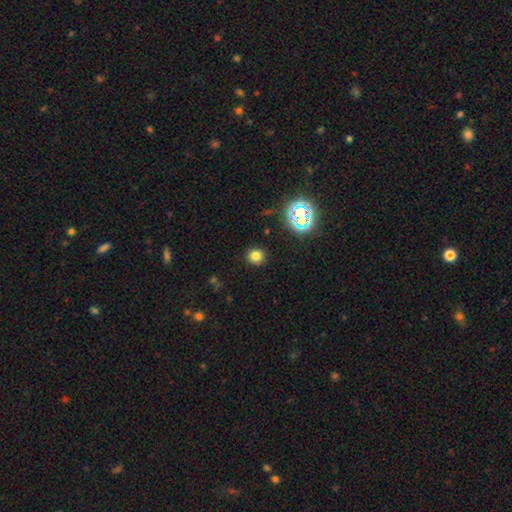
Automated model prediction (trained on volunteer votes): This appears to be a smooth galaxy with no disk features (75%) that is round (89%). Merging: none (89%).